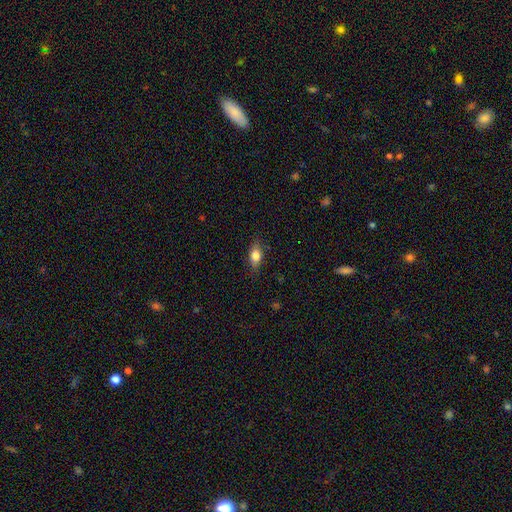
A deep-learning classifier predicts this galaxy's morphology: Smooth or featured? Predicted: smooth (p=0.73). How rounded? Predicted: in between (p=0.78). Merging? Predicted: none (p=0.82).